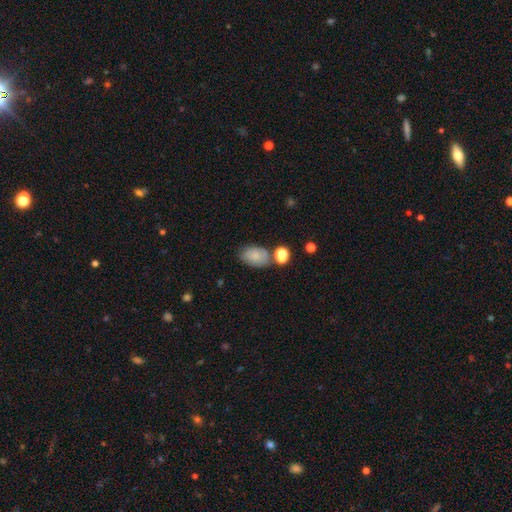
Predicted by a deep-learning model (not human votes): smooth 78%, featured or disk 13%, star or artifact 9%. Down the decision tree: how rounded — in between (87%); merging — none (63%).